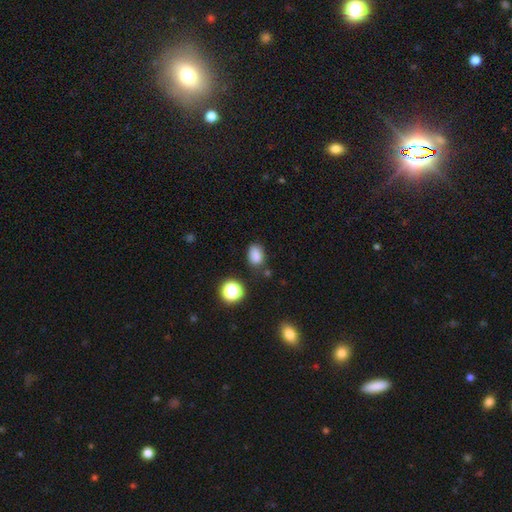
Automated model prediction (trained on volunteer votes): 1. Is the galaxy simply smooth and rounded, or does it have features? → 82% smooth, 13% star or artifact, 5% featured or disk.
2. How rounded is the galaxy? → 74% in between, 24% round, 1% cigar-shaped.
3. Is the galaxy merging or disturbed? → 73% none, 18% minor disturbance, 5% merger, 4% major disturbance.